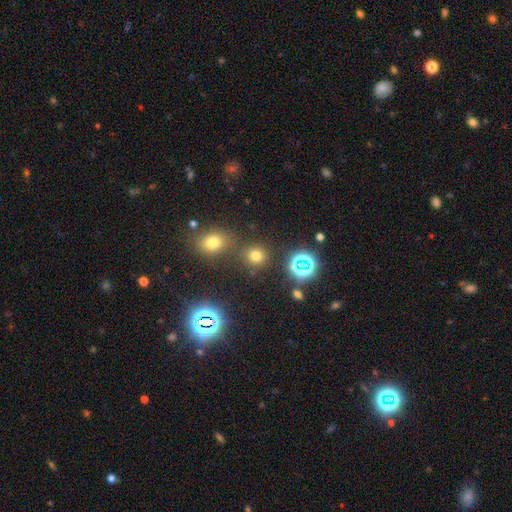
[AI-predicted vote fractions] Morphology: type=smooth (65%); roundness=round (88%); merging=none (80%).